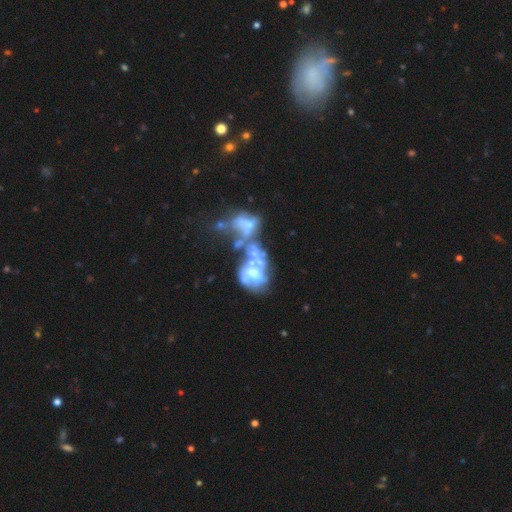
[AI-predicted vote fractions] Overall: featured or disk (65%). Edge-on disk: no (98%). Bar: no (86%). Spiral arms: no (85%). Bulge size: none (39%; moderate 32%). Merging: merger (62%).